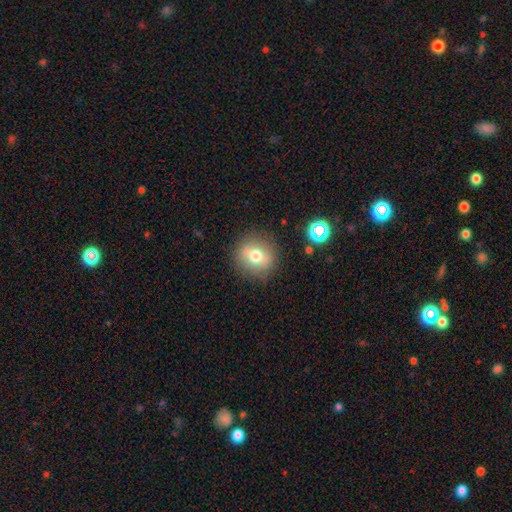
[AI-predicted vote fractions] A smooth galaxy with no disk features (67%) that is round (88%). Merging: none (86%).